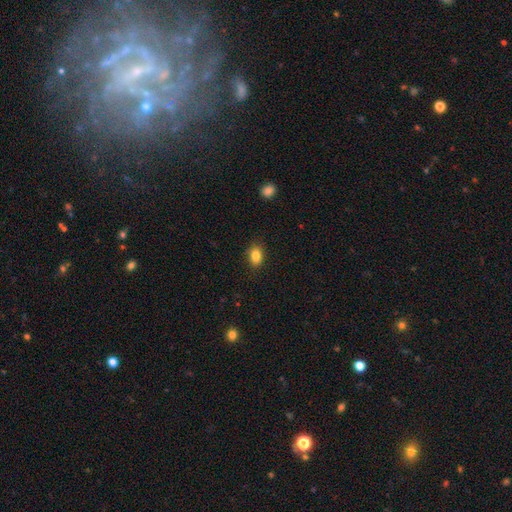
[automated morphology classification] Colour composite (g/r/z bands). It shows a smooth galaxy with no disk features (85%) that is in between round and cigar-shaped (76%). Merging: none (86%).